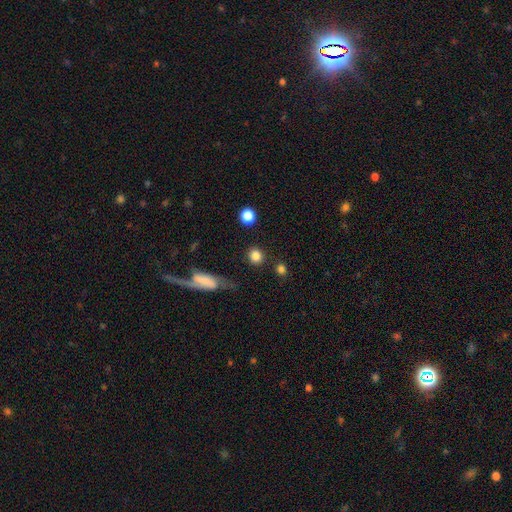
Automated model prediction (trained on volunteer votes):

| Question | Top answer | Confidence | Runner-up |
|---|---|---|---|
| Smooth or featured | smooth | 83% | star or artifact (10%) |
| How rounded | round | 83% | in between (15%) |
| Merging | none | 84% | minor disturbance (8%) |